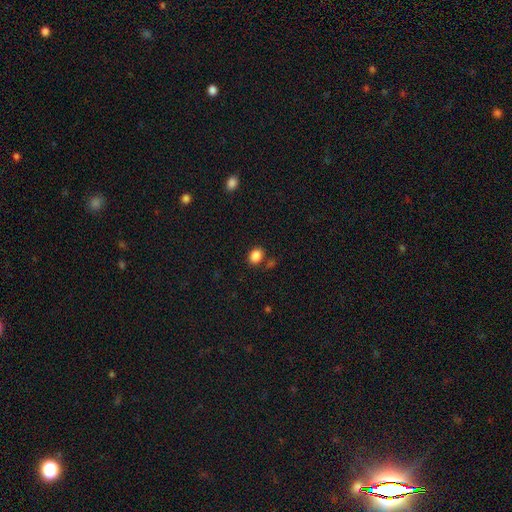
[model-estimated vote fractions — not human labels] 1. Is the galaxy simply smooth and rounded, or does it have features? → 86% smooth, 10% star or artifact, 4% featured or disk.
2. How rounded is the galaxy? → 59% in between, 40% round, 1% cigar-shaped.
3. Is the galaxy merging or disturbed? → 77% none, 12% minor disturbance, 8% merger, 4% major disturbance.